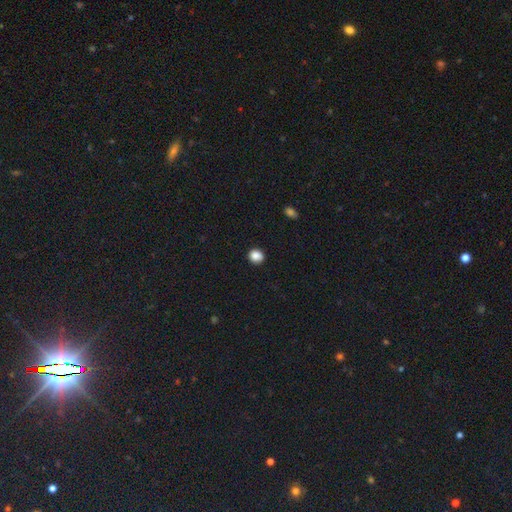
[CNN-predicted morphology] A smooth galaxy with no disk features (87%) that is round (80%). Merging: none (90%).